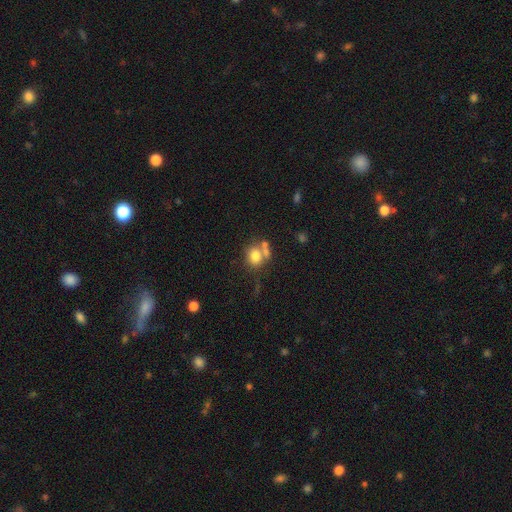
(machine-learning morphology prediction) smooth_or_featured: smooth (p=0.76) [alt: featured or disk p=0.13]
how_rounded: round (p=0.58) [alt: in between p=0.40]
merging: none (p=0.46) [alt: merger p=0.33]